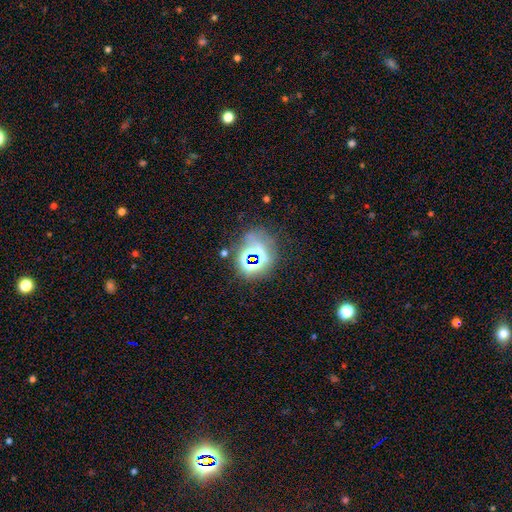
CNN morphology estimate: type=star or artifact (62%).